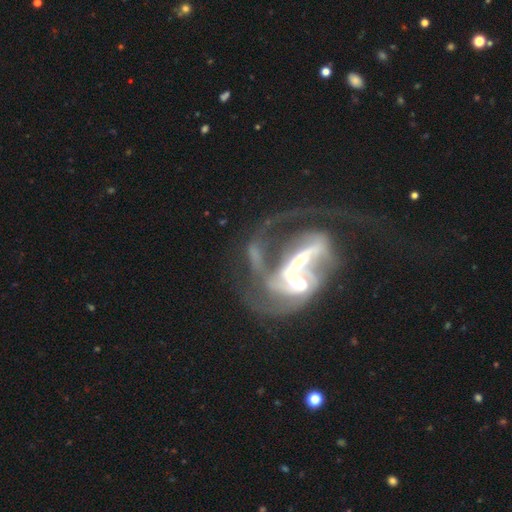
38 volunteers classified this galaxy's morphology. A featured or disk galaxy (79%) with a strong bar (45%), 2 (43%) medium (46%) spiral arms (97%) and a moderate central bulge (69%).

Vote fractions:
- Smooth or featured? featured or disk: 79% / smooth: 11% / star or artifact: 11%
- Edge-on disk? no: 97% / yes: 3%
- Bar? strong: 45% / no: 34% / weak: 21%
- Spiral arms? yes: 97% / no: 3%
- Spiral winding? medium: 46% / loose: 39% / tight: 14%
- Spiral arm count? 2: 43% / 1: 36% / can't tell: 14% / 3: 7% / 4: 0% / more than 4: 0%
- Bulge size? moderate: 69% / none: 17% / small: 10% / large: 3% / dominant: 0%
- Merging? merger: 71% / major disturbance: 12% / none: 9% / minor disturbance: 9%